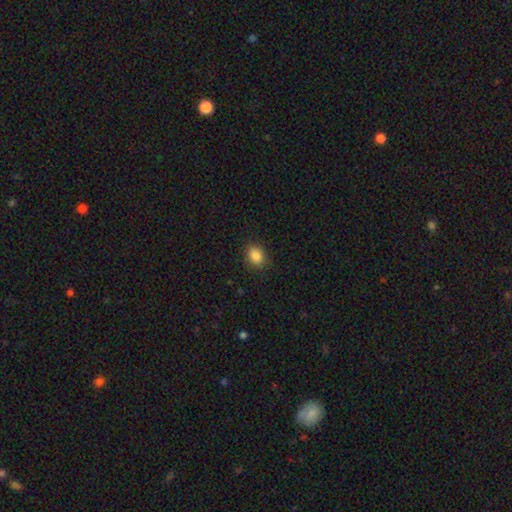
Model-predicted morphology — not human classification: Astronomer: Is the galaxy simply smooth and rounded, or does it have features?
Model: smooth — 87%.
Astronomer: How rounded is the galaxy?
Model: in between — 61% (runner-up: round, 37%).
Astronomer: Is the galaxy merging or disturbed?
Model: none — 87%.